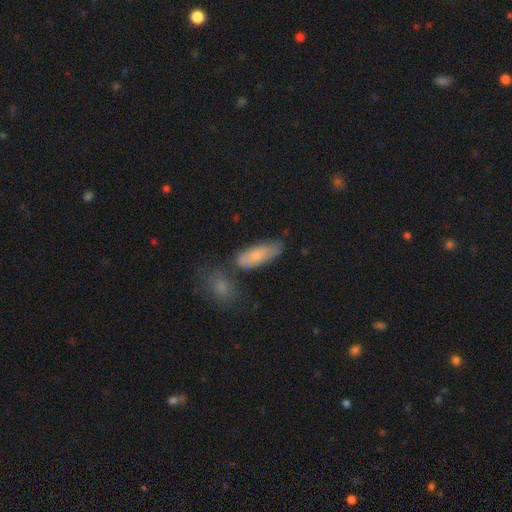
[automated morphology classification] A smooth galaxy with no disk features (73%) that is in between round and cigar-shaped (72%). Merging: none (59%).